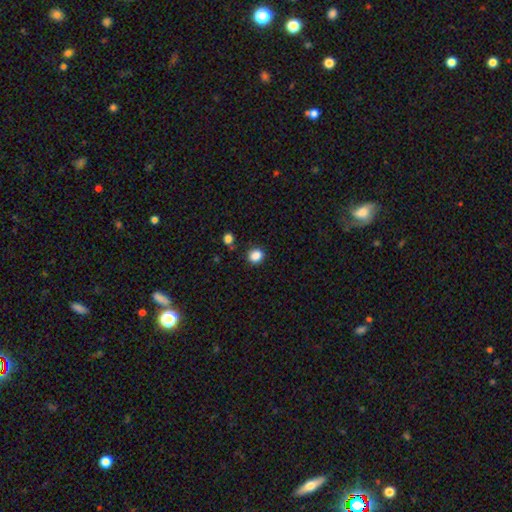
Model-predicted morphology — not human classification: The model was most divided on "how rounded": round: 80%, in between: 19%, cigar-shaped: 1%. More confident: smooth or featured — smooth (86%); merging — none (86%).